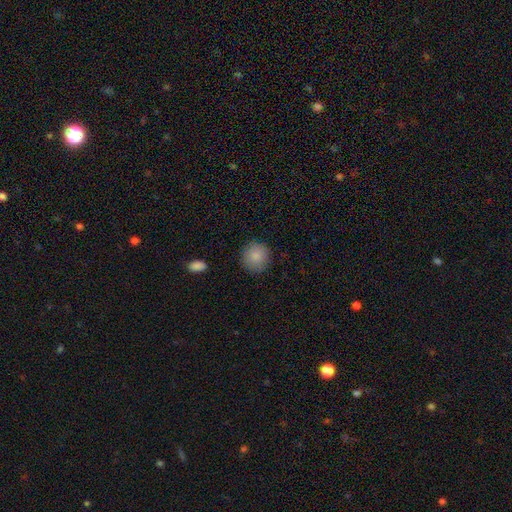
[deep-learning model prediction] A smooth galaxy with no disk features (87%) that is round (91%). Merging: none (89%).